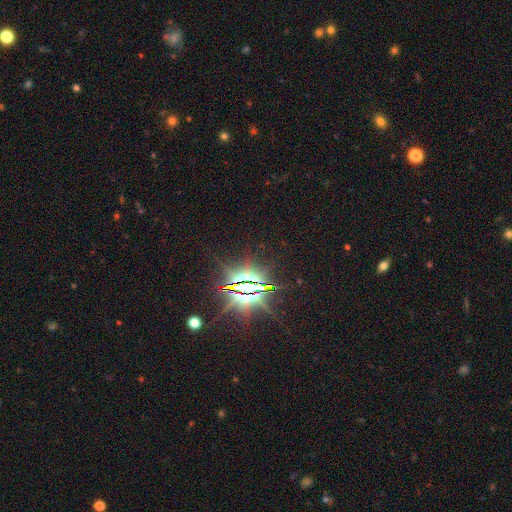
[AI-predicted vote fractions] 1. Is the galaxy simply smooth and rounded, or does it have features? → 85% star or artifact, 7% smooth, 7% featured or disk.